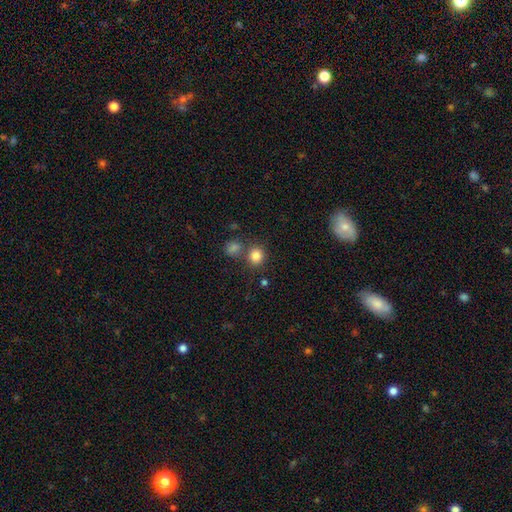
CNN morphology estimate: smooth_or_featured: smooth (p=0.82) [alt: star or artifact p=0.12]
how_rounded: round (p=0.86) [alt: in between p=0.13]
merging: none (p=0.70) [alt: merger p=0.17]